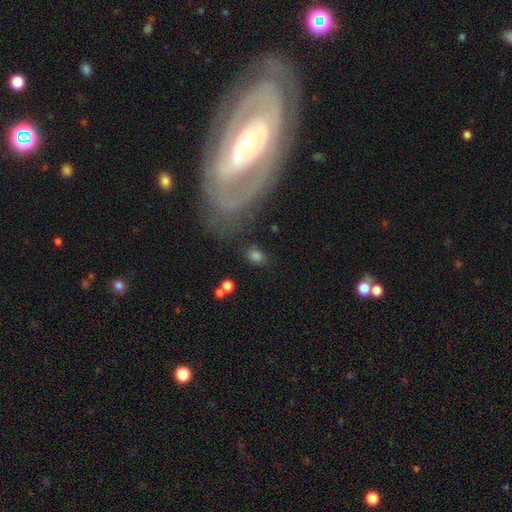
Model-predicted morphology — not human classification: smooth_or_featured: smooth (p=0.76) [alt: featured or disk p=0.12]
how_rounded: in between (p=0.75) [alt: round p=0.23]
merging: none (p=0.74) [alt: minor disturbance p=0.14]